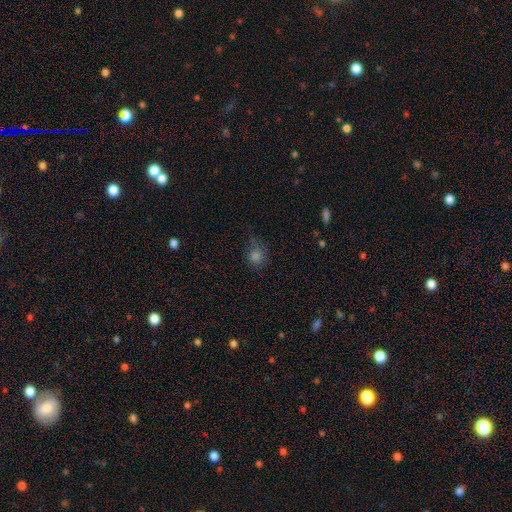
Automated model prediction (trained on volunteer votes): This is likely a smooth galaxy (71%). How rounded: likely round (78%). Merging: likely none (64%).